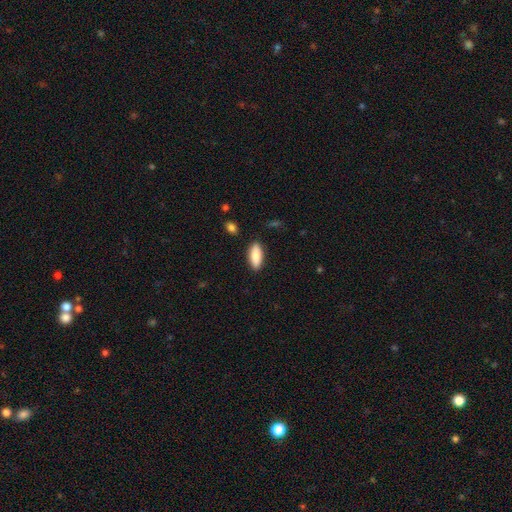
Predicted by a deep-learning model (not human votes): Smooth or featured?
  - smooth: 86% *
  - featured or disk: 8%
  - star or artifact: 6%
How rounded?
  - in between: 76% *
  - cigar-shaped: 23%
  - round: 2%
Merging?
  - none: 88% *
  - minor disturbance: 9%
  - major disturbance: 2%
  - merger: 1%